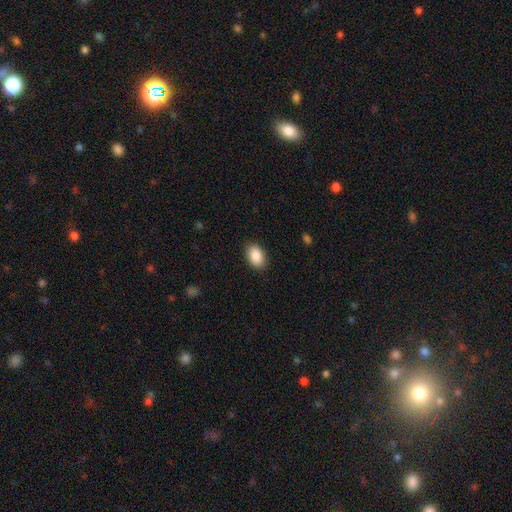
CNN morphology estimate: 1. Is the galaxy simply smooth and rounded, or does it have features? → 89% smooth, 7% star or artifact, 4% featured or disk.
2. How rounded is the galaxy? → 89% in between, 10% round, 1% cigar-shaped.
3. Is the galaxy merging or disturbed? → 88% none, 9% minor disturbance, 2% major disturbance, 1% merger.